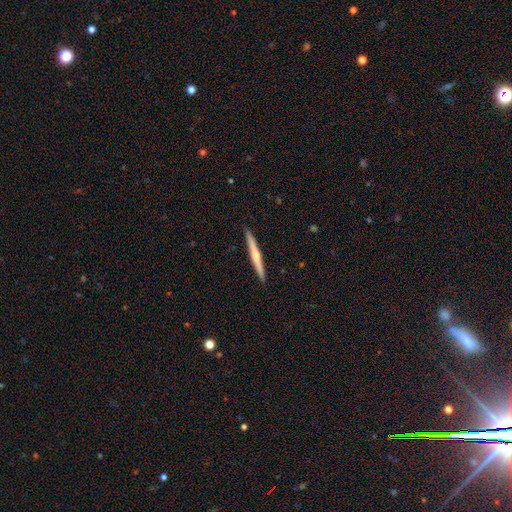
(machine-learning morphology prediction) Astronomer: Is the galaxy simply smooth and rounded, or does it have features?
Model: featured or disk — 54% (runner-up: smooth, 40%).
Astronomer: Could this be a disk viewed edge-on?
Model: yes — 98%.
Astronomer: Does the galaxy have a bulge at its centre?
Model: rounded — 61%.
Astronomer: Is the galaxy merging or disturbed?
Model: none — 92%.